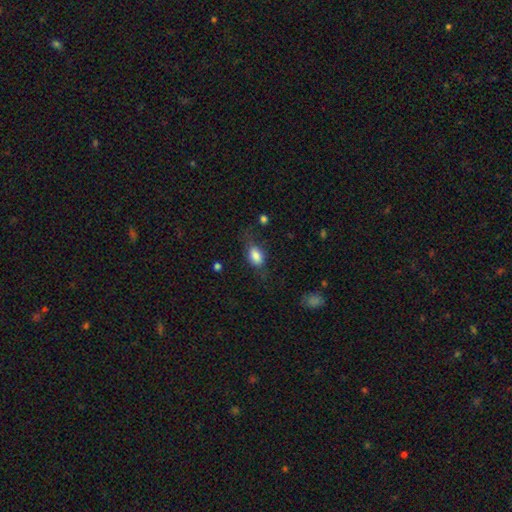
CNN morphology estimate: smooth_or_featured: smooth (p=0.80) [alt: featured or disk p=0.12]
how_rounded: in between (p=0.86) [alt: round p=0.10]
merging: none (p=0.58) [alt: minor disturbance p=0.25]